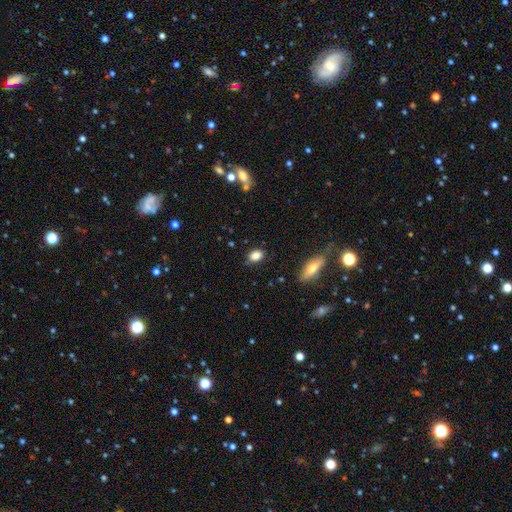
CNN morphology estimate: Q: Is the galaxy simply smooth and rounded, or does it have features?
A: smooth — 84%.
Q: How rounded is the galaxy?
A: in between — 76%.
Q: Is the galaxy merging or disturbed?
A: none — 83%.